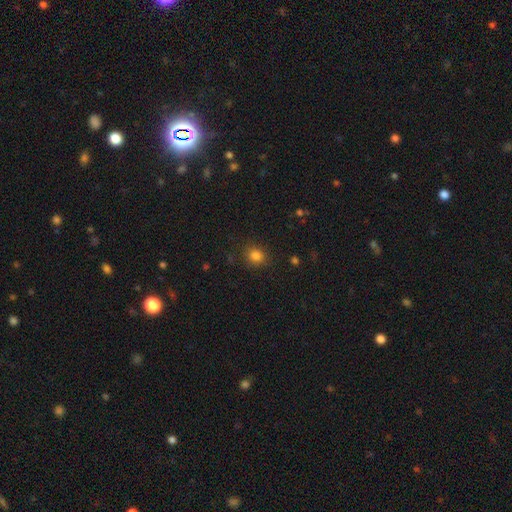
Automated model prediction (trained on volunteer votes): smooth_or_featured: smooth (p=0.82) [alt: star or artifact p=0.13]
how_rounded: round (p=0.73) [alt: in between p=0.26]
merging: none (p=0.86) [alt: minor disturbance p=0.09]